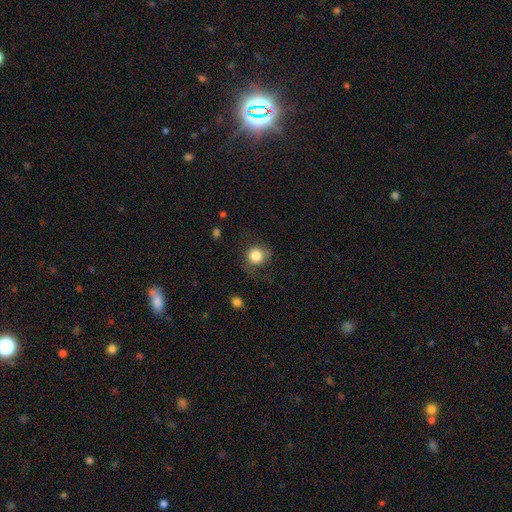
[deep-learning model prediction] A smooth galaxy with no disk features (82%) that is round (87%). Merging: none (69%).